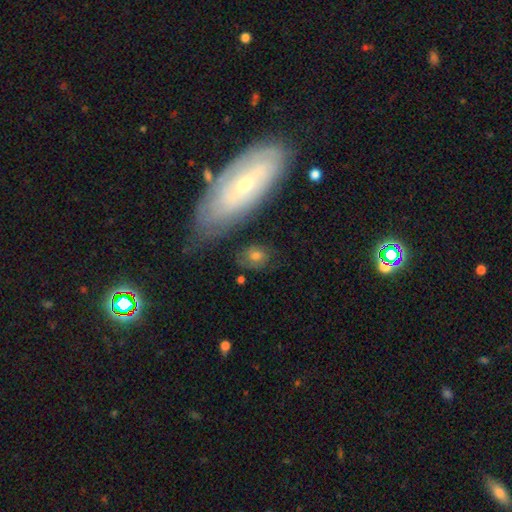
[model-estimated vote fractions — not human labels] Smooth or featured?
  - smooth: 59% *
  - featured or disk: 28%
  - star or artifact: 12%
How rounded?
  - in between: 54% *
  - round: 42%
  - cigar-shaped: 4%
Merging?
  - none: 68% *
  - minor disturbance: 18%
  - major disturbance: 8%
  - merger: 6%